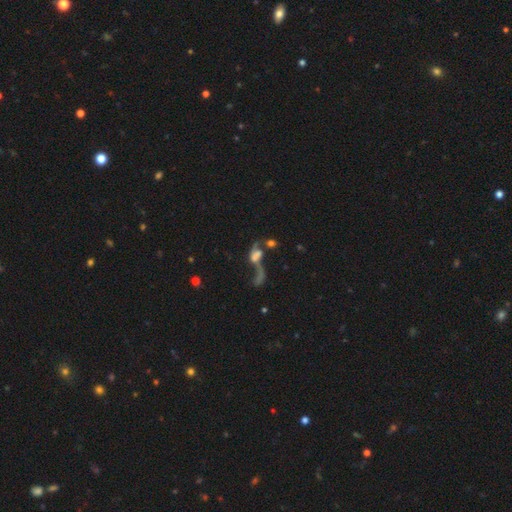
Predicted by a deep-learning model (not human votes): Overall: featured or disk (55%; smooth 28%). Edge-on disk: no (90%). Merging: merger (44%; major disturbance 30%).